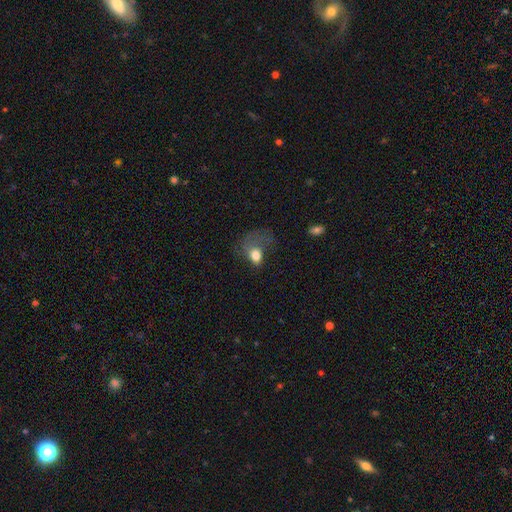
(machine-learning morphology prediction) Smooth or featured?
  - smooth: 68% *
  - featured or disk: 22%
  - star or artifact: 9%
How rounded?
  - in between: 62% *
  - round: 37%
  - cigar-shaped: 1%
Merging?
  - major disturbance: 57% *
  - none: 21%
  - minor disturbance: 18%
  - merger: 4%